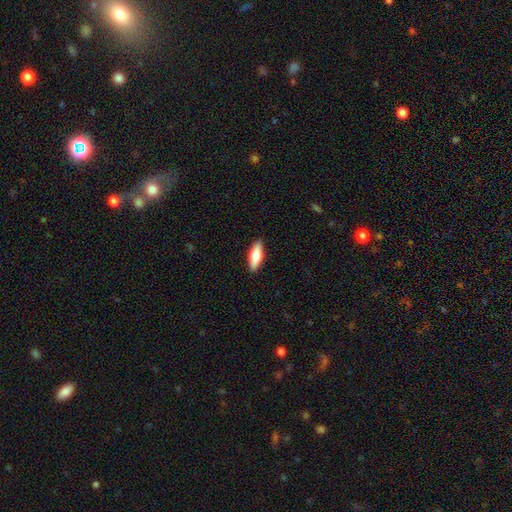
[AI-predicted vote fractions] smooth 67%, featured or disk 27%, star or artifact 6%. Down the decision tree: how rounded — in between (53%); merging — none (90%).